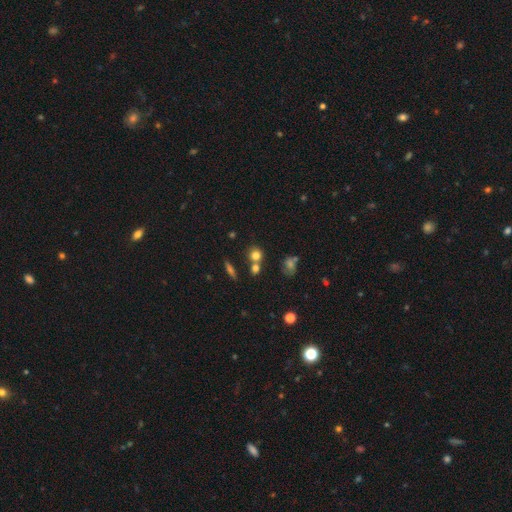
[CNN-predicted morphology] Smooth or featured?
  - smooth: 75% *
  - star or artifact: 14%
  - featured or disk: 10%
How rounded?
  - round: 82% *
  - in between: 16%
  - cigar-shaped: 2%
Merging?
  - none: 60% *
  - merger: 25%
  - minor disturbance: 11%
  - major disturbance: 4%